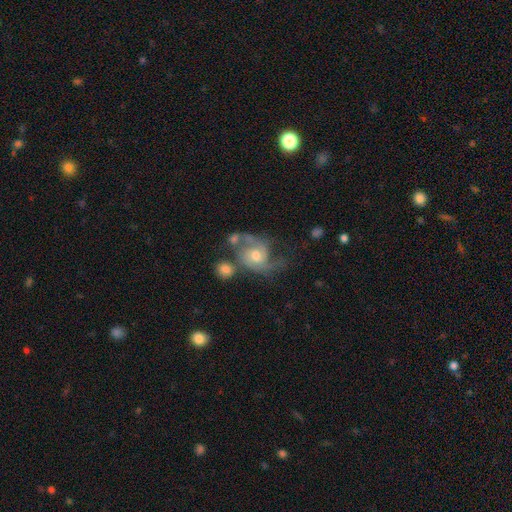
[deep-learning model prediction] Q: Smooth or featured?
A: featured or disk (81%); runner-up: smooth (12%)
Q: Edge-on disk?
A: no (97%); runner-up: yes (3%)
Q: Bar?
A: no (66%); runner-up: weak (29%)
Q: Spiral arms?
A: yes (94%); runner-up: no (6%)
Q: Spiral winding?
A: medium (49%); runner-up: loose (27%)
Q: Spiral arm count?
A: 2 (72%); runner-up: 3 (10%)
Q: Bulge size?
A: moderate (68%); runner-up: small (21%)
Q: Merging?
A: none (43%); runner-up: major disturbance (21%)